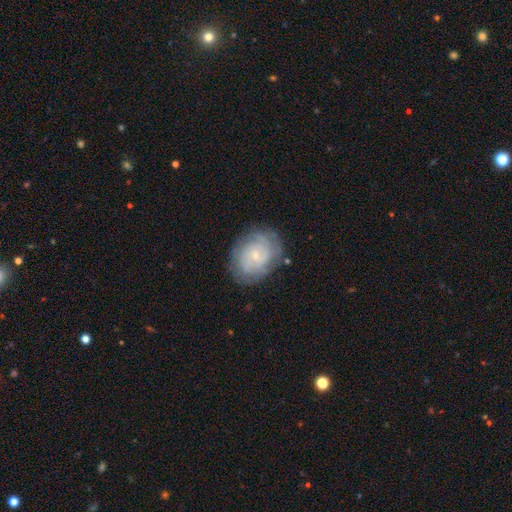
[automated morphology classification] featured or disk 67%, smooth 25%, star or artifact 8%. Down the decision tree: edge-on disk — no (97%); bar — no (73%); spiral arms — yes (86%); spiral arm count — can't tell (49%); spiral winding — tight (66%); bulge size — small (76%); merging — none (77%).